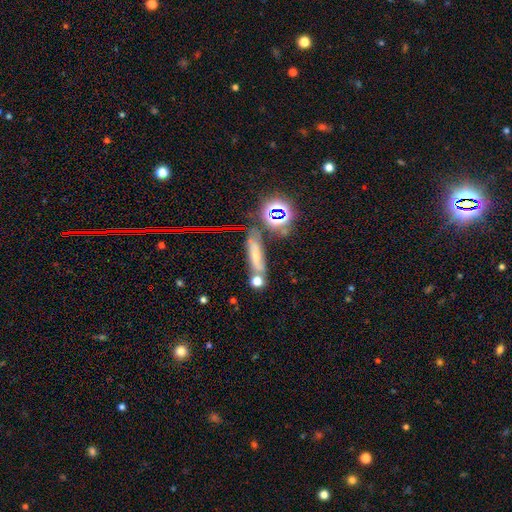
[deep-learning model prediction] This appears to be a smooth galaxy with no disk features (43%). Merging: none (64%).